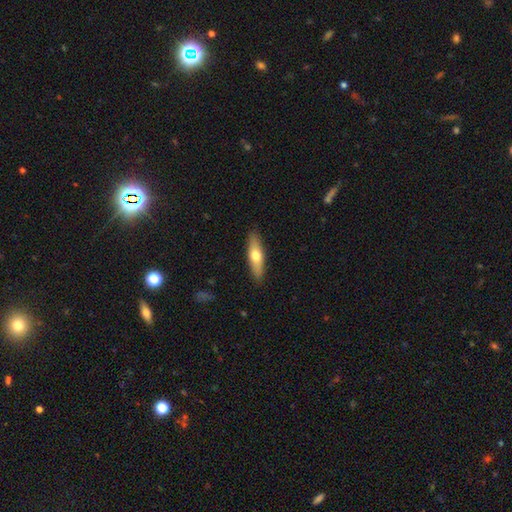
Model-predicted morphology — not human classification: Smooth or featured?
  - smooth: 59% *
  - featured or disk: 36%
  - star or artifact: 5%
How rounded?
  - cigar-shaped: 60% *
  - in between: 38%
  - round: 2%
Merging?
  - none: 89% *
  - minor disturbance: 8%
  - major disturbance: 2%
  - merger: 1%